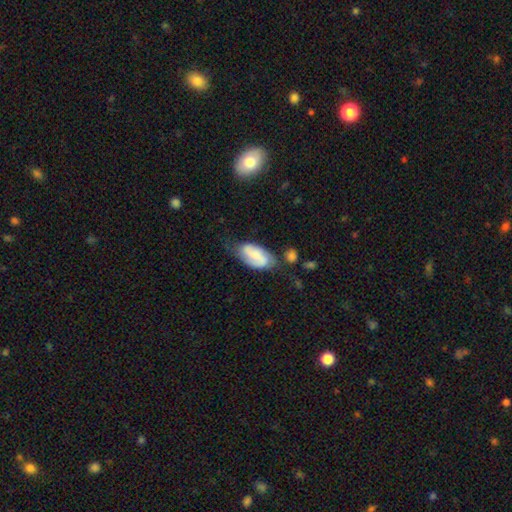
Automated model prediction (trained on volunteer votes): Smooth or featured?
  - featured or disk: 47% *
  - smooth: 45%
  - star or artifact: 7%
Merging?
  - none: 49% *
  - minor disturbance: 30%
  - major disturbance: 12%
  - merger: 9%